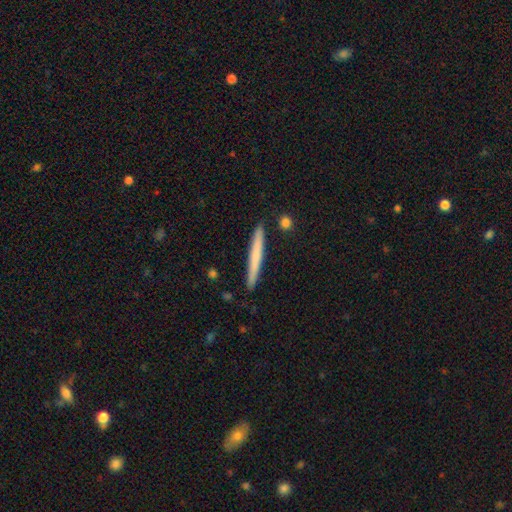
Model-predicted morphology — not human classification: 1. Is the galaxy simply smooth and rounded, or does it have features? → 63% smooth, 32% featured or disk, 5% star or artifact.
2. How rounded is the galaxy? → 97% cigar-shaped, 2% in between, 1% round.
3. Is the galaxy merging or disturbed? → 90% none, 7% minor disturbance, 2% merger, 1% major disturbance.